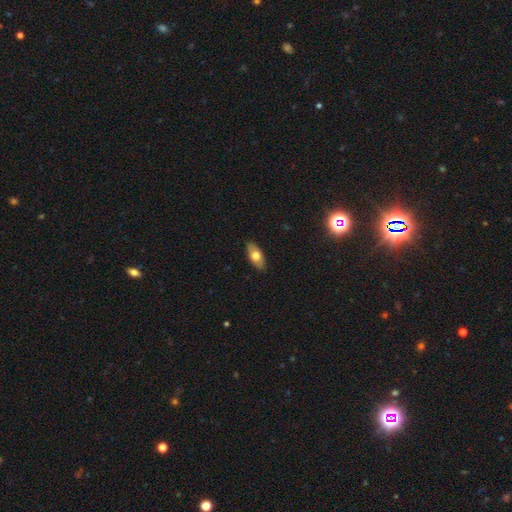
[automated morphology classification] Overall: smooth (69%). How rounded: in between (88%). Merging: none (88%).